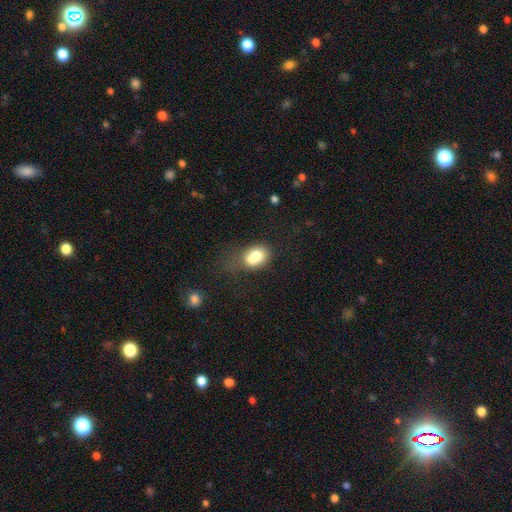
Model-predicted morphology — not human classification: Overall: smooth (75%). How rounded: in between (67%; round 32%). Merging: merger (32%; none 31%).